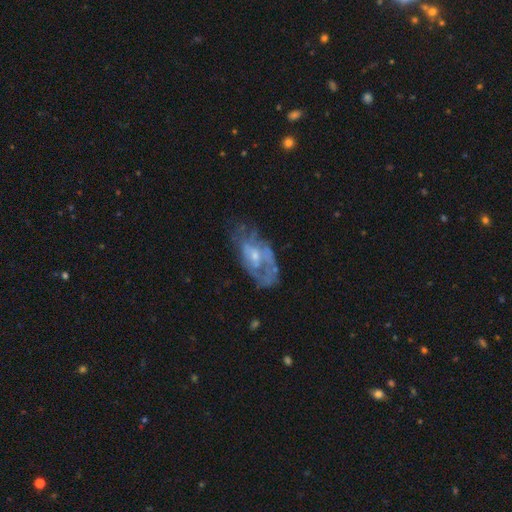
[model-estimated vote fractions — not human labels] This is likely a featured or disk galaxy (69%). It is clearly not viewed edge-on (93%). Bar: likely no (61%). Spiral arm pattern: possibly yes (58%). Central bulge: possibly small (55%). Merging: possibly none (48%).